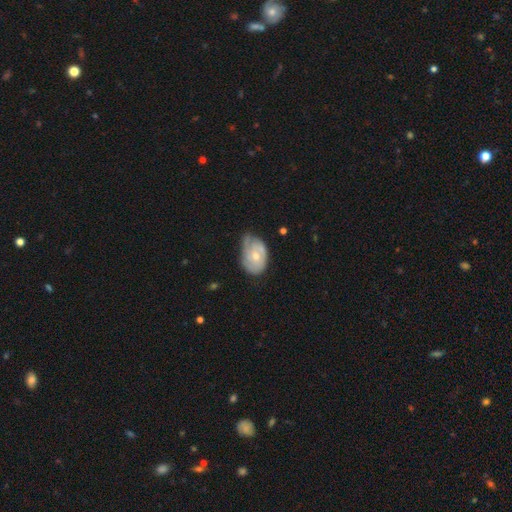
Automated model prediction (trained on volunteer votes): Morphology: type=featured or disk (58%); edge-on=no (96%); bar=no (80%); spiral arms=yes (74%); bulge=moderate (54%); merging=none (42%).